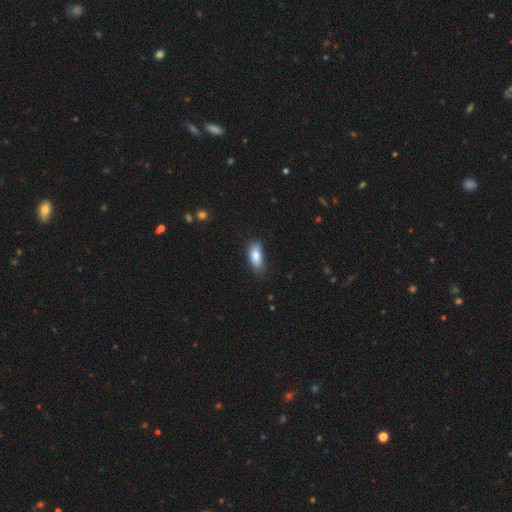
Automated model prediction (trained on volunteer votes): Overall: smooth (83%). How rounded: in between (87%). Merging: none (68%).